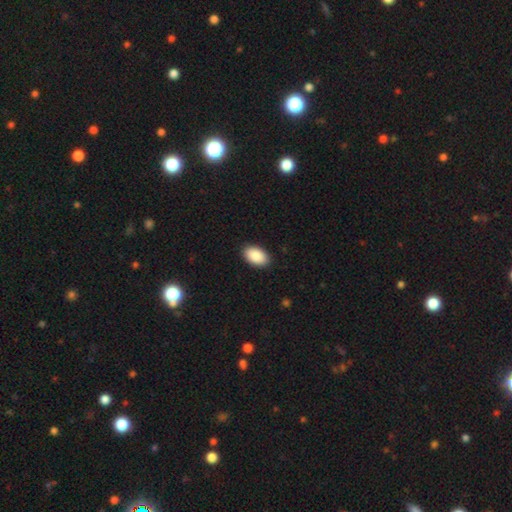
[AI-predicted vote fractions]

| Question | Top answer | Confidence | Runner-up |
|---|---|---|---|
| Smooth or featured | smooth | 91% | star or artifact (6%) |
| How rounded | in between | 94% | round (5%) |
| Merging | none | 90% | minor disturbance (7%) |